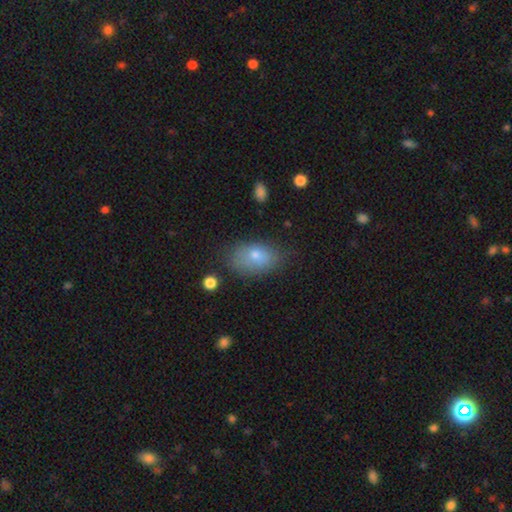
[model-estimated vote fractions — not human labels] This is likely a smooth galaxy (74%). How rounded: clearly in between (86%). Merging: likely none (69%).